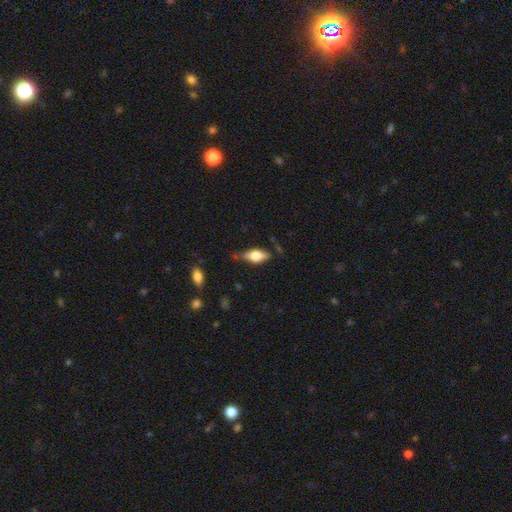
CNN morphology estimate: smooth 61%, featured or disk 33%, star or artifact 7%. Down the decision tree: how rounded — in between (81%); merging — none (73%).